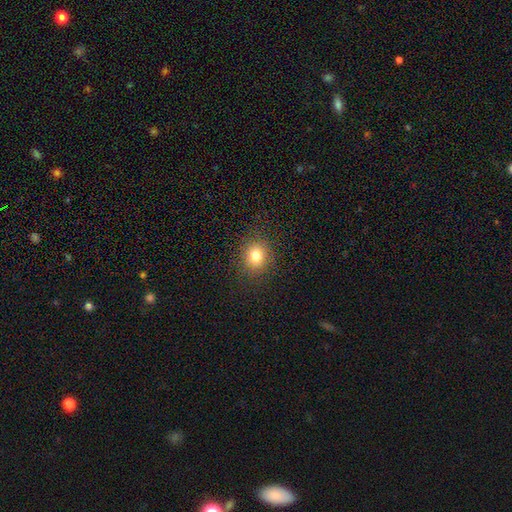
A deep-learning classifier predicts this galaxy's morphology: Smooth or featured? smooth (79%)
How rounded? round (72%)
Merging? none (88%)